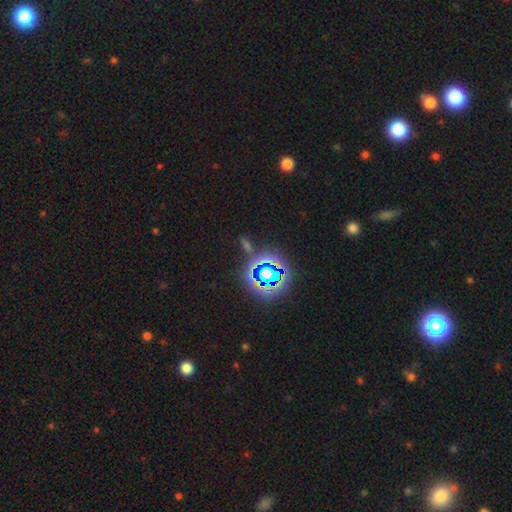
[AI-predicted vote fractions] star or artifact 81%, smooth 12%, featured or disk 7%.